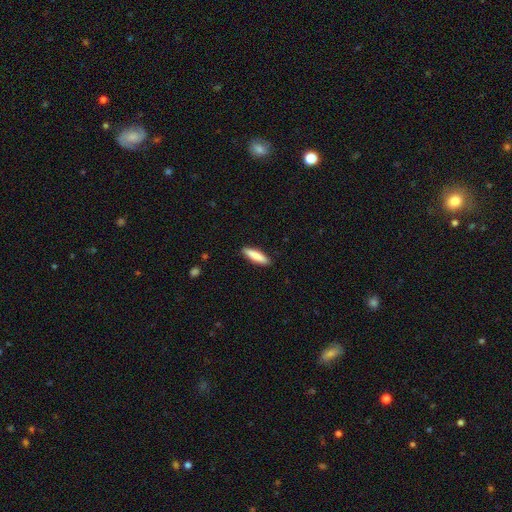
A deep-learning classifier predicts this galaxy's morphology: Smooth or featured? Predicted: smooth (p=0.86). How rounded? Predicted: cigar-shaped (p=0.73). Merging? Predicted: none (p=0.90).